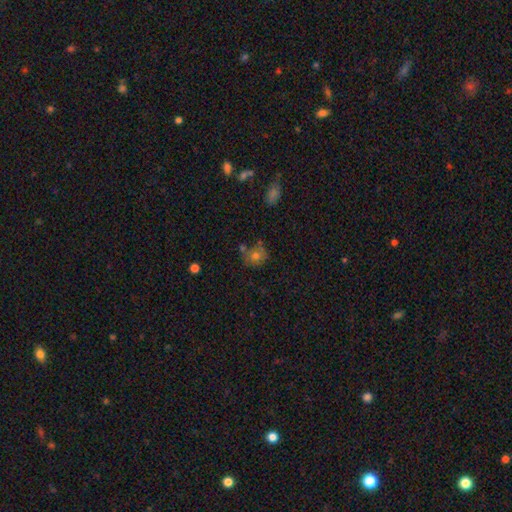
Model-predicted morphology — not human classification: A smooth galaxy with no disk features (68%) that is round (80%).

Vote fractions:
- Smooth or featured? smooth: 68% / featured or disk: 17% / star or artifact: 15%
- How rounded? round: 80% / in between: 19% / cigar-shaped: 1%
- Merging? none: 65% / minor disturbance: 17% / merger: 12% / major disturbance: 5%